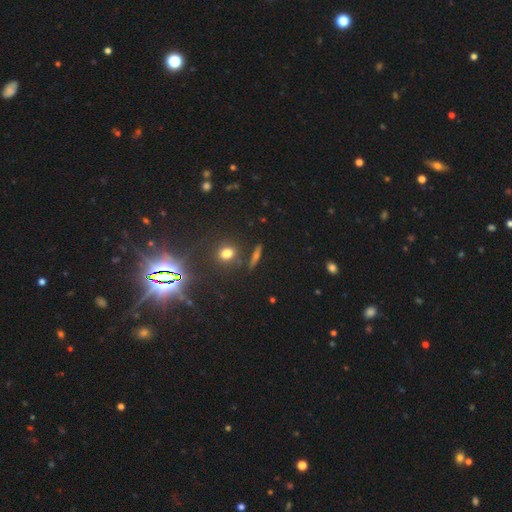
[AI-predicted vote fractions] smooth-or-featured: star or artifact: 34% (tied) | smooth: 34% (tied) | featured or disk: 31%